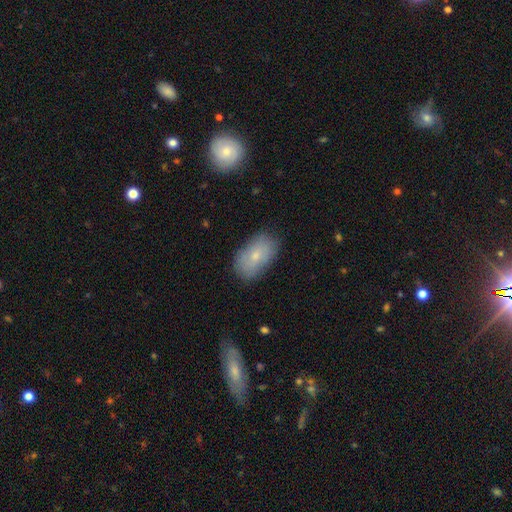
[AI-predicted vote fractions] The model was most divided on "smooth or featured": smooth: 72%, featured or disk: 21%, star or artifact: 8%. More confident: how rounded — in between (92%); merging — none (79%).